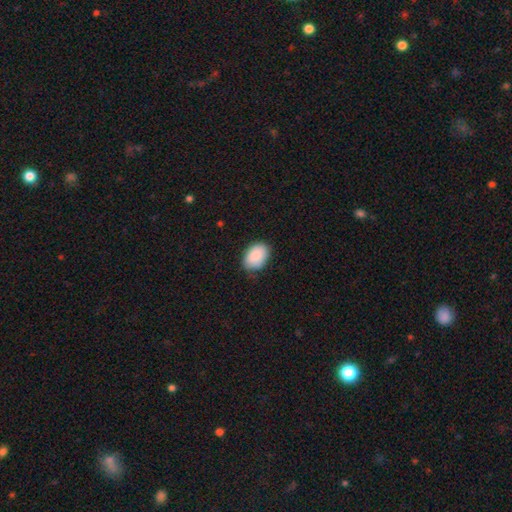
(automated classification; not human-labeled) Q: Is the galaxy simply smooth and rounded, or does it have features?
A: smooth — 89%.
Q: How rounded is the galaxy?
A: in between — 84%.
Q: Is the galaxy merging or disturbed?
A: none — 77%.